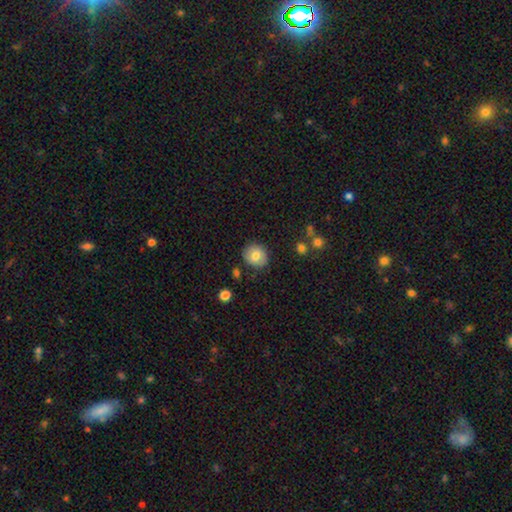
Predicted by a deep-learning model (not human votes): smooth_or_featured: smooth (p=0.78) [alt: featured or disk p=0.14]
how_rounded: round (p=0.76) [alt: in between p=0.23]
merging: none (p=0.84) [alt: minor disturbance p=0.11]